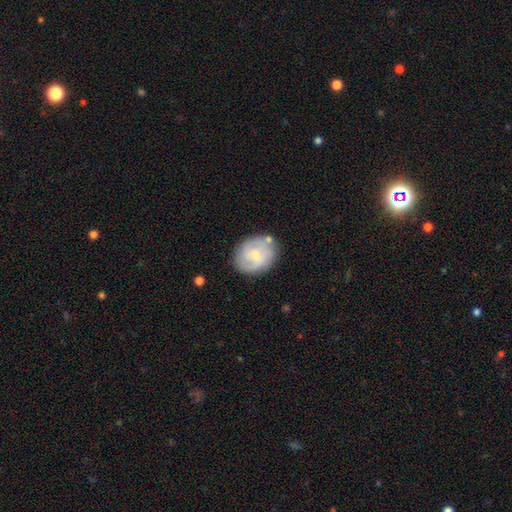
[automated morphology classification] Smooth or featured? featured or disk (55%)
Edge-on disk? no (97%)
Bar? no (56%)
Spiral arms? yes (80%)
Bulge size? small (64%)
Merging? none (73%)